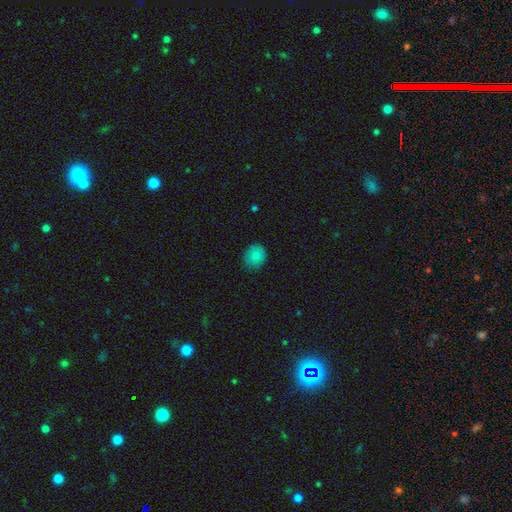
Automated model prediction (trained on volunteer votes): A smooth galaxy with no disk features (84%) that is round (69%).

Vote fractions:
- Smooth or featured? smooth: 84% / star or artifact: 10% / featured or disk: 6%
- How rounded? round: 69% / in between: 30% / cigar-shaped: 1%
- Merging? none: 82% / minor disturbance: 14% / major disturbance: 3% / merger: 1%